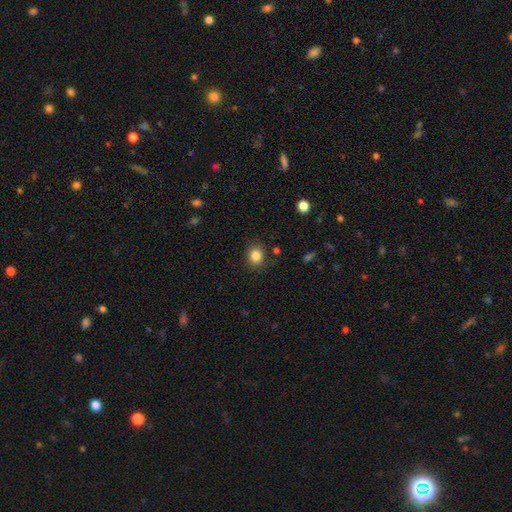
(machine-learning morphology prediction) Smooth or featured? smooth (84%)
How rounded? round (66%)
Merging? none (83%)